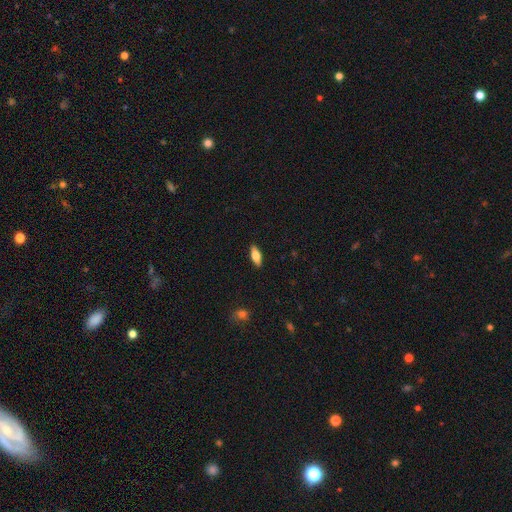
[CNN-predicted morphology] Overall: smooth (66%; featured or disk 27%). How rounded: in between (70%). Merging: none (90%).